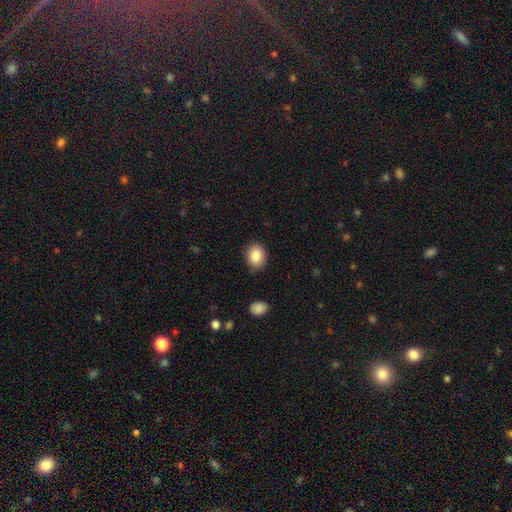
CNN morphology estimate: type=smooth (85%); roundness=round (57%); merging=none (85%).